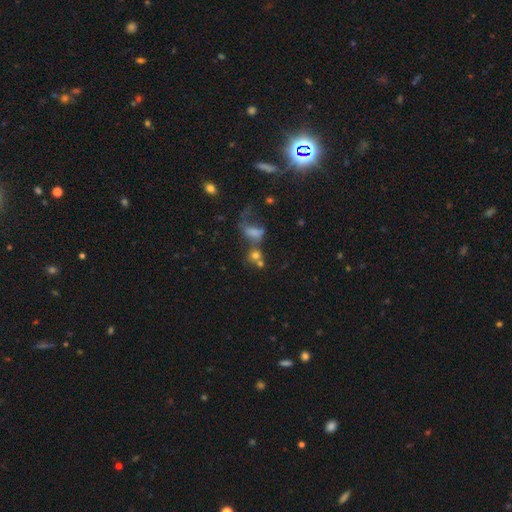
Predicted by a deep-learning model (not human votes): The model was most divided on "how rounded": in between: 48%, round: 46%, cigar-shaped: 6%. Remaining: smooth or featured — smooth (50%); merging — merger (38%).